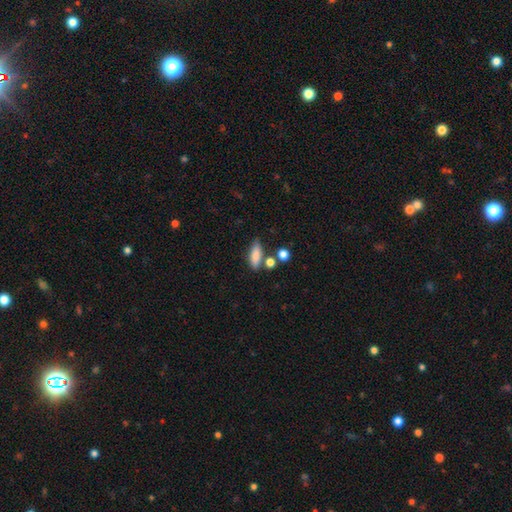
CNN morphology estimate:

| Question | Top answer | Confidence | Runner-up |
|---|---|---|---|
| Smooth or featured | smooth | 80% | featured or disk (11%) |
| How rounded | in between | 66% | cigar-shaped (29%) |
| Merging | none | 63% | minor disturbance (18%) |